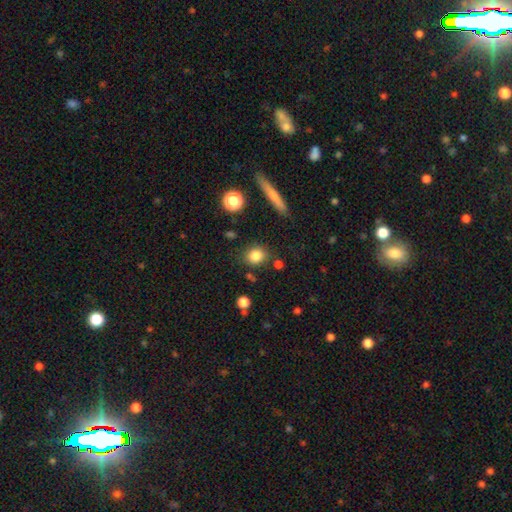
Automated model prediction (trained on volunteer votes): This is clearly a smooth galaxy (83%). How rounded: likely round (67%). Merging: clearly none (81%).